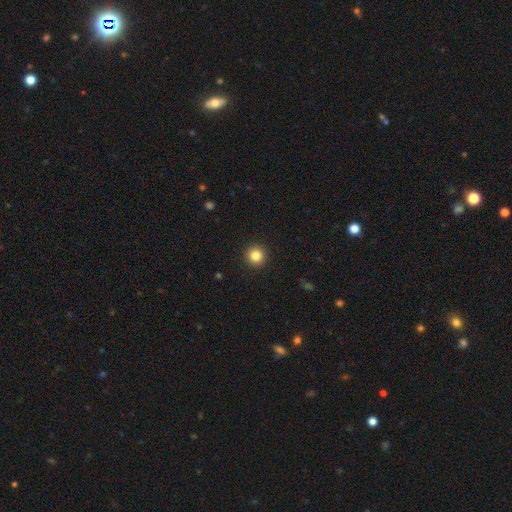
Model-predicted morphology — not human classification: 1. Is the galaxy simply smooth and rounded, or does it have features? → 84% smooth, 11% star or artifact, 5% featured or disk.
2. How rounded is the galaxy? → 96% round, 3% in between, 1% cigar-shaped.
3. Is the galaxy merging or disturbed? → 93% none, 4% minor disturbance, 2% major disturbance, 1% merger.